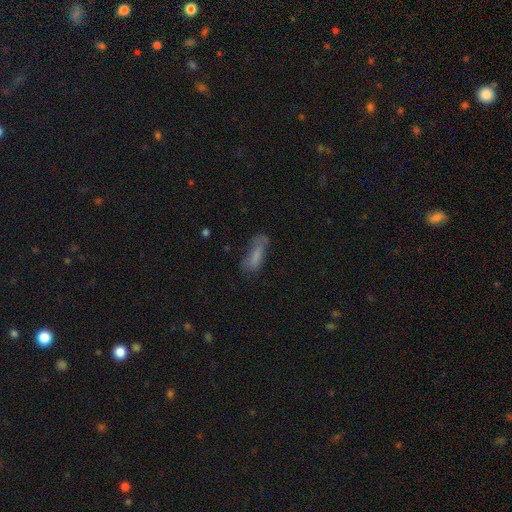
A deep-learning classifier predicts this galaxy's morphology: A smooth galaxy with no disk features (70%) that is in between round and cigar-shaped (56%).

Vote fractions:
- Smooth or featured? smooth: 70% / featured or disk: 20% / star or artifact: 10%
- How rounded? in between: 56% / cigar-shaped: 42% / round: 2%
- Merging? none: 50% / minor disturbance: 29% / major disturbance: 17% / merger: 4%